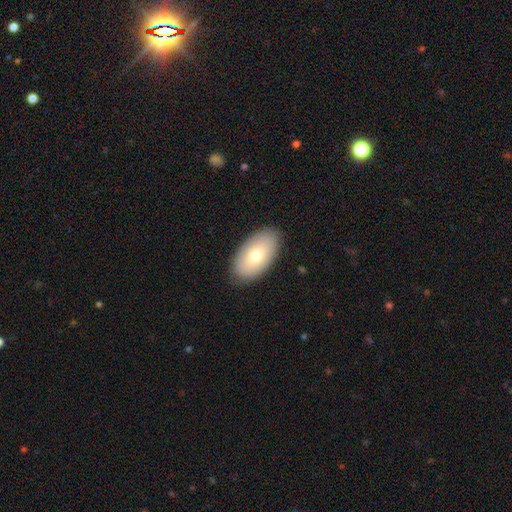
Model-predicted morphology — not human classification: A smooth galaxy with no disk features (73%) that is in between round and cigar-shaped (95%). Merging: none (87%).